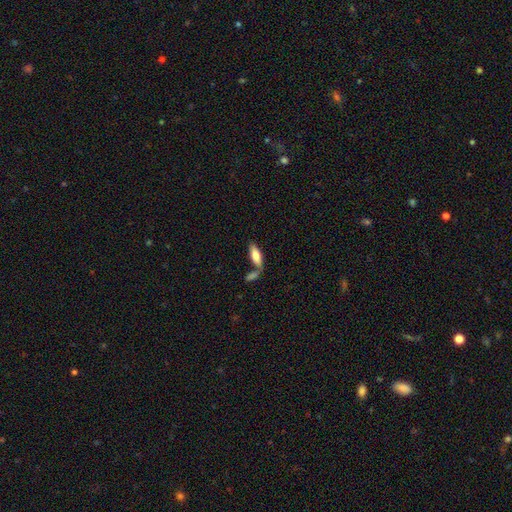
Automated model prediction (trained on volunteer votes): smooth 75%, featured or disk 19%, star or artifact 6%. Down the decision tree: how rounded — in between (63%); merging — none (53%).